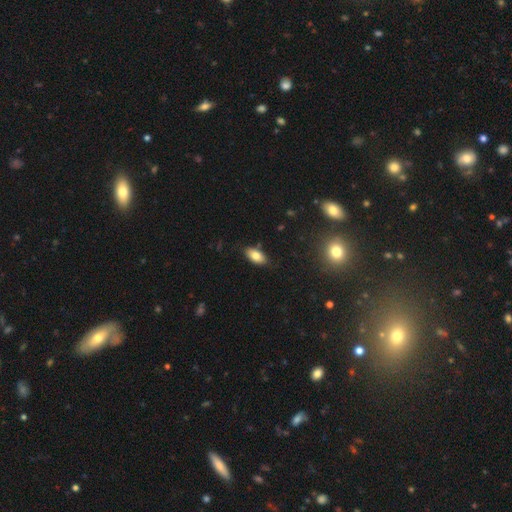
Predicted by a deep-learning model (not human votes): Q: Smooth or featured?
A: smooth (79%); runner-up: featured or disk (12%)
Q: How rounded?
A: in between (91%); runner-up: cigar-shaped (5%)
Q: Merging?
A: none (83%); runner-up: minor disturbance (13%)